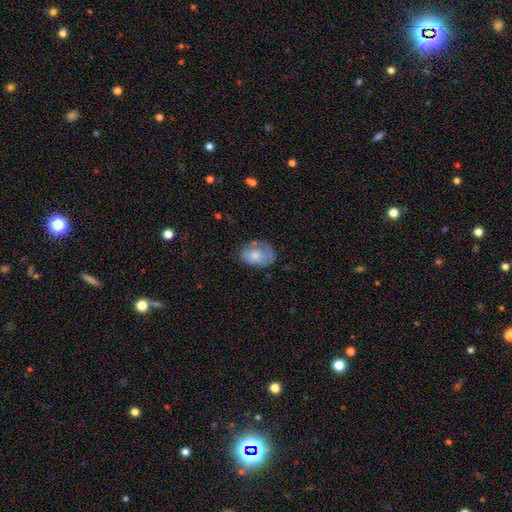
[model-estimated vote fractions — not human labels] smooth-or-featured: smooth: 69% | featured or disk: 25% | star or artifact: 7%
  how-rounded: in between: 83% | round: 16% | cigar-shaped: 1%
  merging: none: 57% | minor disturbance: 29% | major disturbance: 11% | merger: 3%